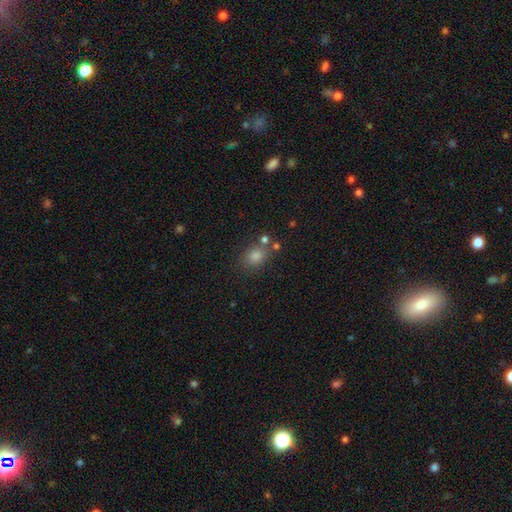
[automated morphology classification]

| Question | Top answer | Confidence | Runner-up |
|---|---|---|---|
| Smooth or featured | smooth | 76% | star or artifact (17%) |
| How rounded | round | 56% | in between (43%) |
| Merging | none | 73% | merger (12%) |